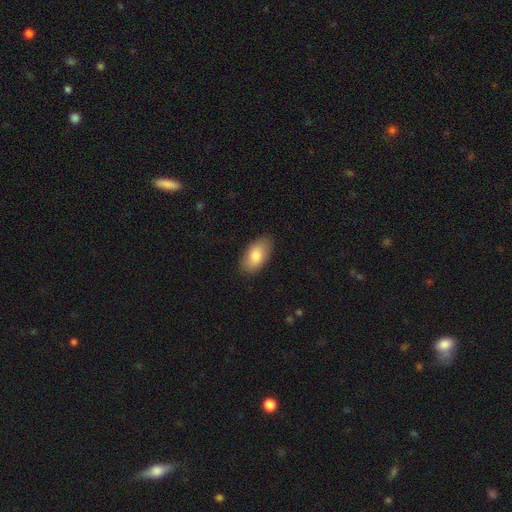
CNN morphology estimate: Q: Smooth or featured?
A: smooth (82%); runner-up: featured or disk (12%)
Q: How rounded?
A: in between (94%); runner-up: round (4%)
Q: Merging?
A: none (86%); runner-up: minor disturbance (11%)